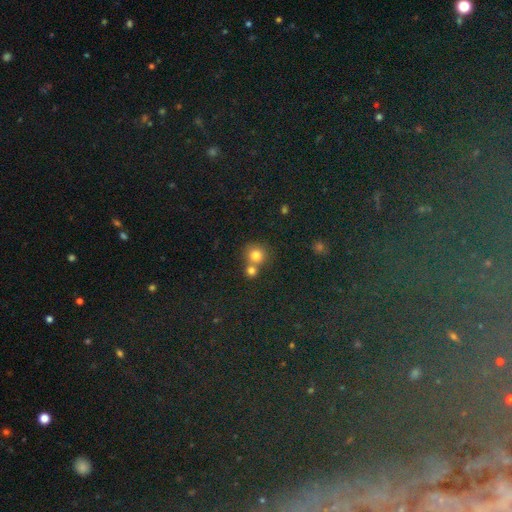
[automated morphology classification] Smooth or featured?
  - smooth: 78% *
  - star or artifact: 13%
  - featured or disk: 9%
How rounded?
  - round: 88% *
  - in between: 11%
  - cigar-shaped: 1%
Merging?
  - none: 50% *
  - merger: 40%
  - minor disturbance: 7%
  - major disturbance: 3%